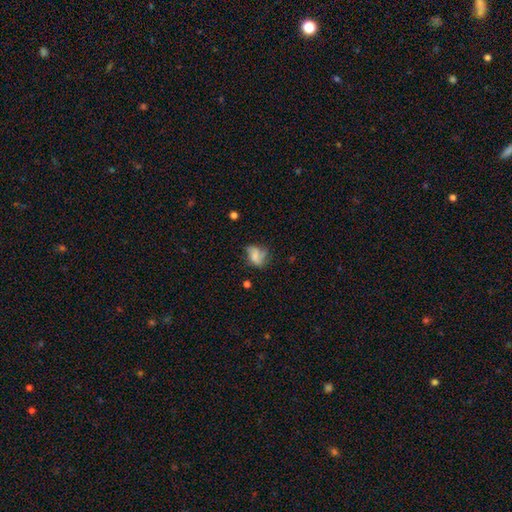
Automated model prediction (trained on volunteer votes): A smooth galaxy with no disk features (53%) that is in between round and cigar-shaped (69%). Merging: none (42%).